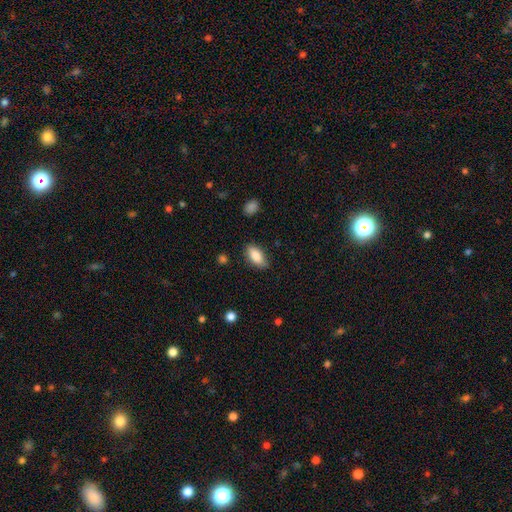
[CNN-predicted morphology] This is clearly a smooth galaxy (85%). How rounded: clearly in between (88%). Merging: clearly none (81%).